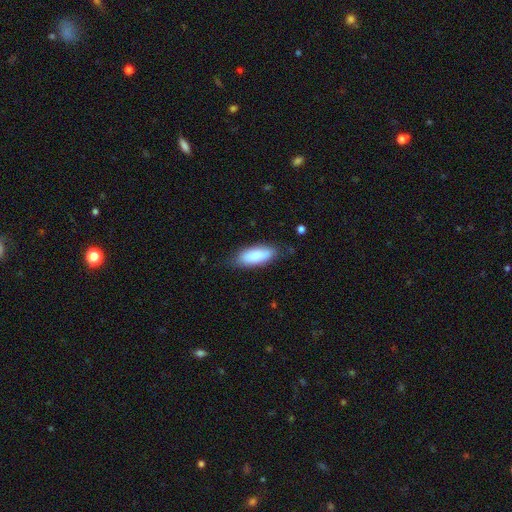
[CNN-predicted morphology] A smooth galaxy with no disk features (85%) that is in between round and cigar-shaped (78%). Merging: none (75%).